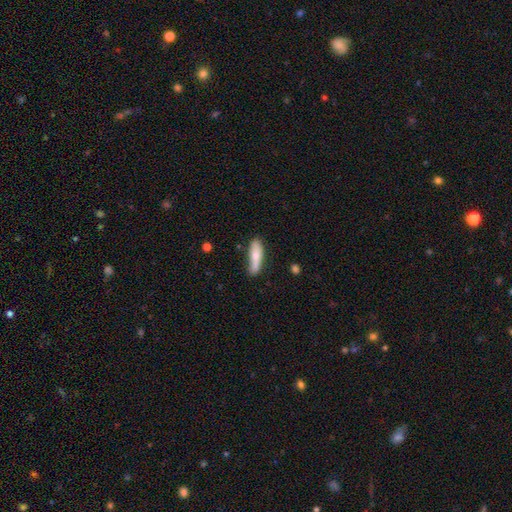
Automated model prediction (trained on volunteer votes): Smooth or featured: smooth — 68% (featured or disk — 26%)
How rounded: cigar-shaped — 60% (in between — 38%)
Merging: none — 65% (minor disturbance — 24%)